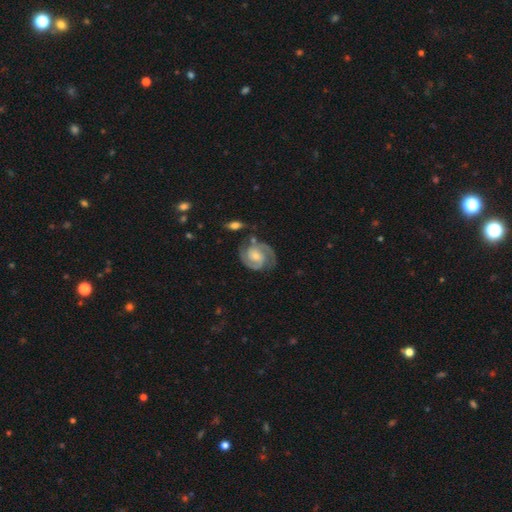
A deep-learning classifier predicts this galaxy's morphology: The model was most divided on "bulge size": small: 51%, moderate: 42%, large: 3%, none: 3%, dominant: 1%. More confident: edge-on disk — no (98%); spiral arms — yes (97%); smooth or featured — featured or disk (87%); spiral arm count — 2 (86%); merging — none (71%); bar — no (57%); spiral winding — tight (51%).